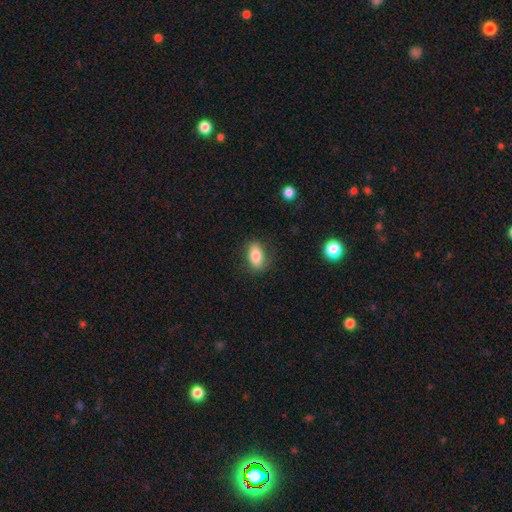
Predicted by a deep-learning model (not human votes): Overall: smooth (80%). How rounded: in between (87%). Merging: none (81%).